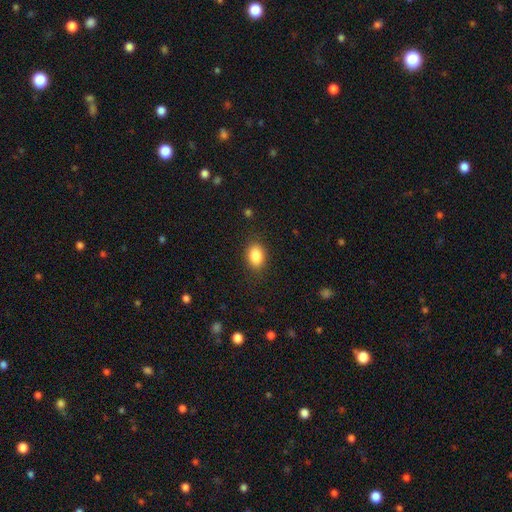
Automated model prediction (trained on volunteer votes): Smooth or featured?
  - smooth: 86% *
  - star or artifact: 8%
  - featured or disk: 5%
How rounded?
  - in between: 78% *
  - round: 21%
  - cigar-shaped: 1%
Merging?
  - none: 85% *
  - minor disturbance: 11%
  - major disturbance: 3%
  - merger: 1%